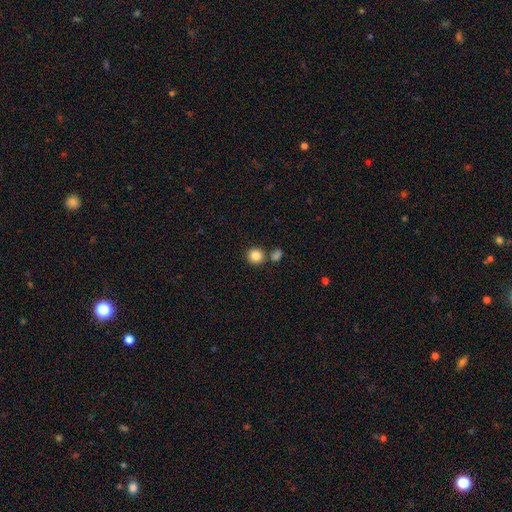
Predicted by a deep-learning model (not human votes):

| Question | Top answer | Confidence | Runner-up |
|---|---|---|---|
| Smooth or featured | smooth | 85% | star or artifact (10%) |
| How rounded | round | 90% | in between (9%) |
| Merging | none | 76% | merger (13%) |